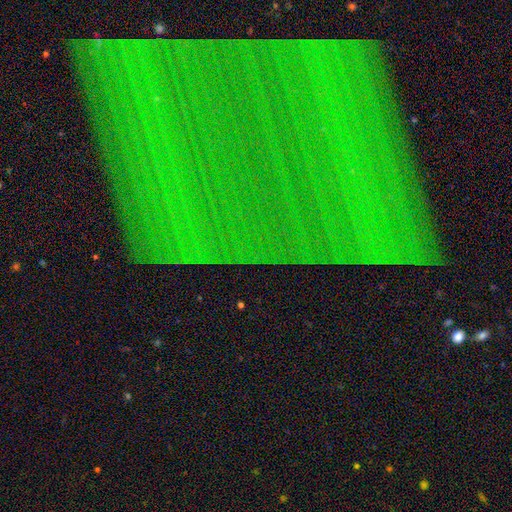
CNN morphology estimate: The model was most divided on "smooth or featured": star or artifact: 84%, featured or disk: 9%, smooth: 7%.